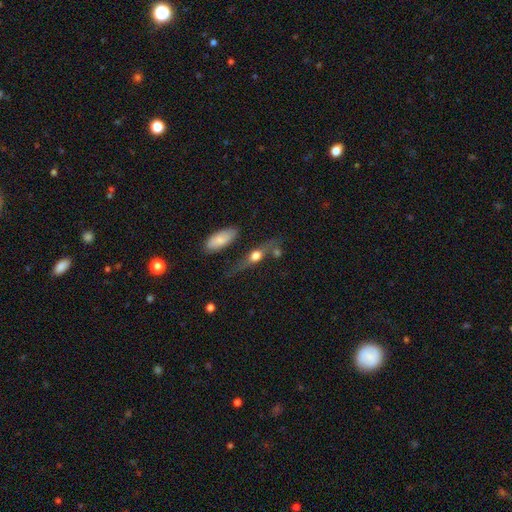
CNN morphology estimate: The model was most divided on "smooth or featured": smooth: 46%, featured or disk: 43%, star or artifact: 11%. More confident: merging — none (56%).